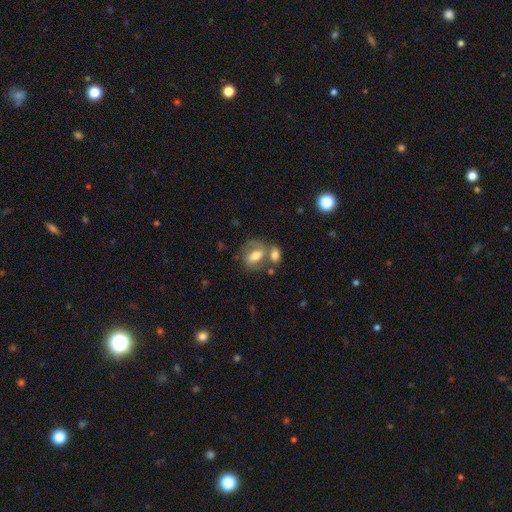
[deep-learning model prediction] Smooth or featured? smooth (49%)
Merging? none (42%)